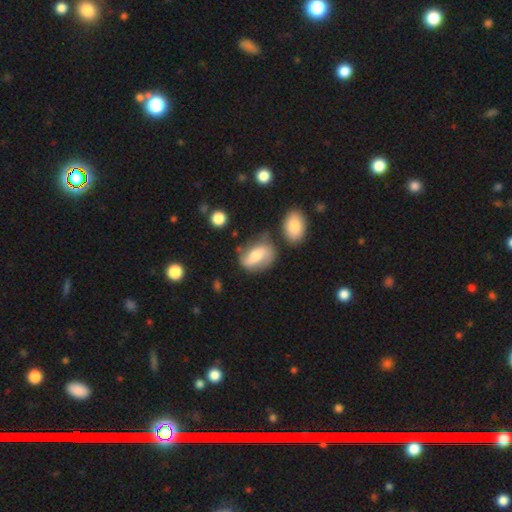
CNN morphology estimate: A featured or disk galaxy (52%).

Vote fractions:
- Smooth or featured? featured or disk: 52% / smooth: 40% / star or artifact: 8%
- Edge-on disk? no: 92% / yes: 8%
- Merging? none: 58% / minor disturbance: 21% / merger: 11% / major disturbance: 9%